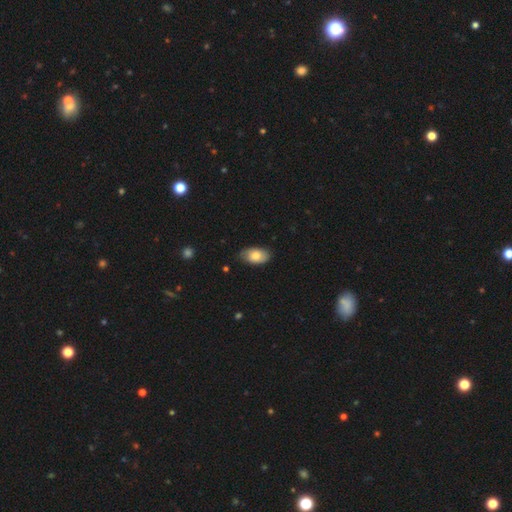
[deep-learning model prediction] smooth 79%, featured or disk 15%, star or artifact 7%. Down the decision tree: how rounded — in between (93%); merging — none (77%).